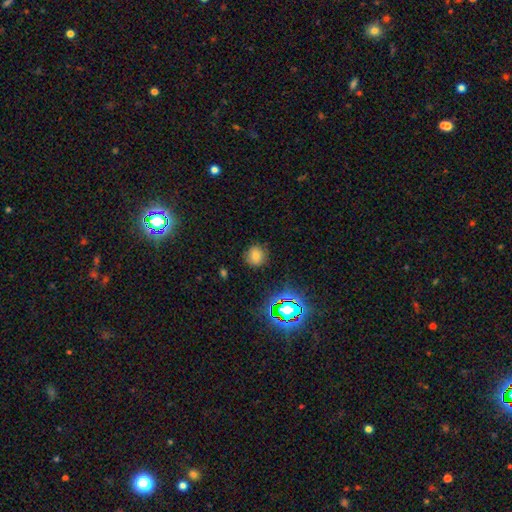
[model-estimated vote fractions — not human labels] Q: Smooth or featured?
A: smooth (72%); runner-up: star or artifact (18%)
Q: How rounded?
A: round (90%); runner-up: in between (9%)
Q: Merging?
A: none (85%); runner-up: minor disturbance (10%)